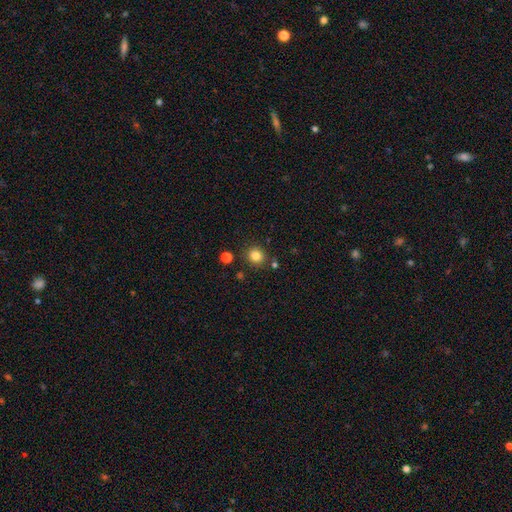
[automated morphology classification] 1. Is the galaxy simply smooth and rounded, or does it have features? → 83% smooth, 12% star or artifact, 5% featured or disk.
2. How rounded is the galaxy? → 88% round, 11% in between, 1% cigar-shaped.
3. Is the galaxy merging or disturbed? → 85% none, 8% minor disturbance, 5% merger, 3% major disturbance.